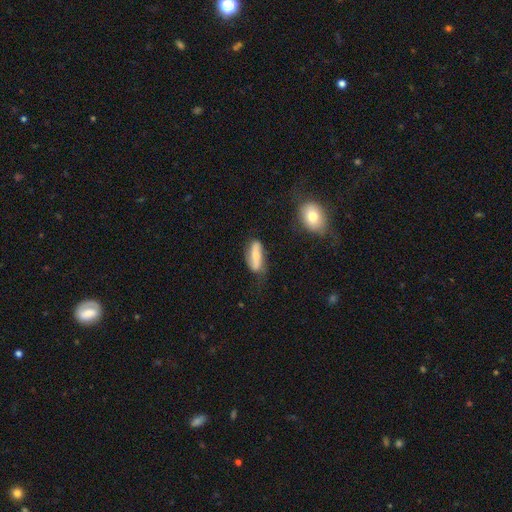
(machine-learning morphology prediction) Smooth or featured?
  - featured or disk: 47% *
  - smooth: 46%
  - star or artifact: 7%
Merging?
  - none: 62% *
  - minor disturbance: 26%
  - major disturbance: 9%
  - merger: 4%